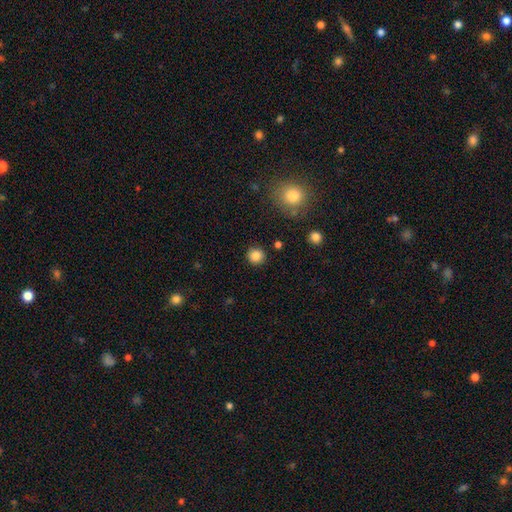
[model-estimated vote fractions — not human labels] Morphology: type=smooth (85%); roundness=round (93%); merging=none (90%).